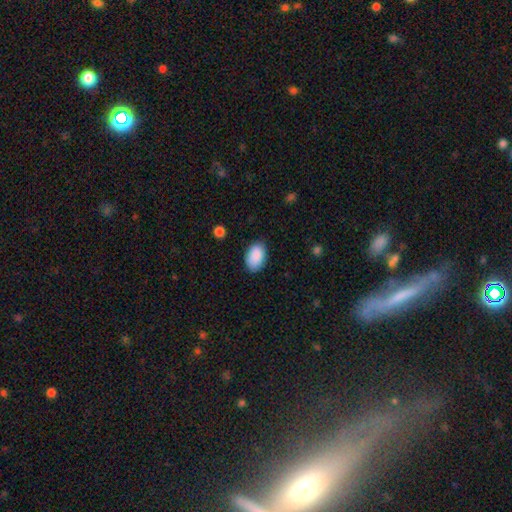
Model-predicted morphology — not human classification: Smooth or featured?
  - smooth: 90% *
  - star or artifact: 6%
  - featured or disk: 3%
How rounded?
  - in between: 92% *
  - round: 7%
  - cigar-shaped: 1%
Merging?
  - none: 84% *
  - minor disturbance: 13%
  - major disturbance: 3%
  - merger: 1%